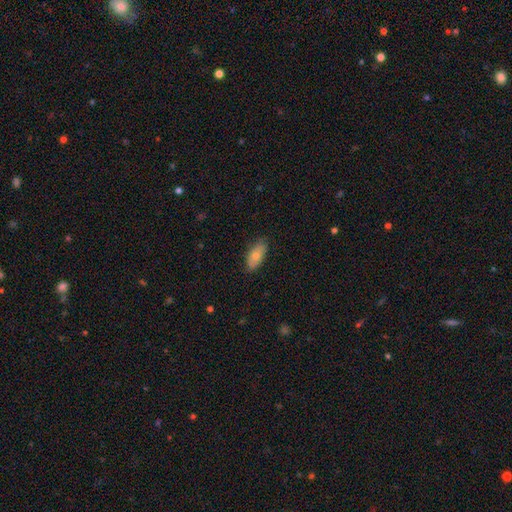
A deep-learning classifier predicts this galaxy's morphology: This appears to be a smooth galaxy with no disk features (73%) that is in between round and cigar-shaped (86%). Merging: none (82%).